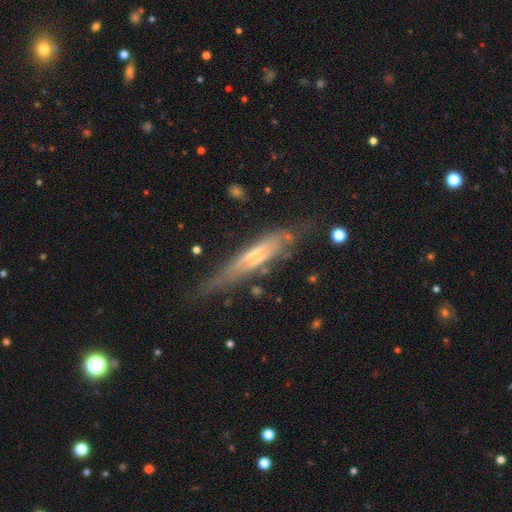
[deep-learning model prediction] Smooth or featured? featured or disk (64%)
Edge-on disk? yes (81%)
Edge-on bulge? none (42%)
Merging? none (58%)